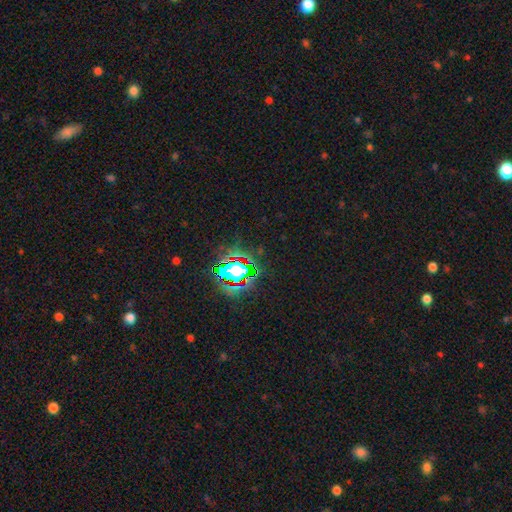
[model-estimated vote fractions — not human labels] Smooth or featured? Predicted: star or artifact (p=0.81).